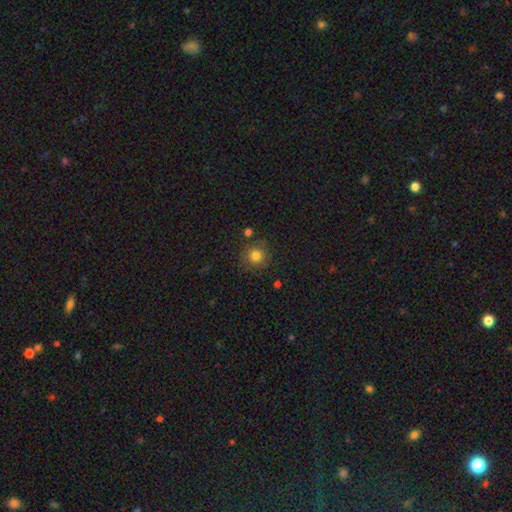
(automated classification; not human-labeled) A smooth galaxy with no disk features (79%) that is round (92%). Merging: none (82%).